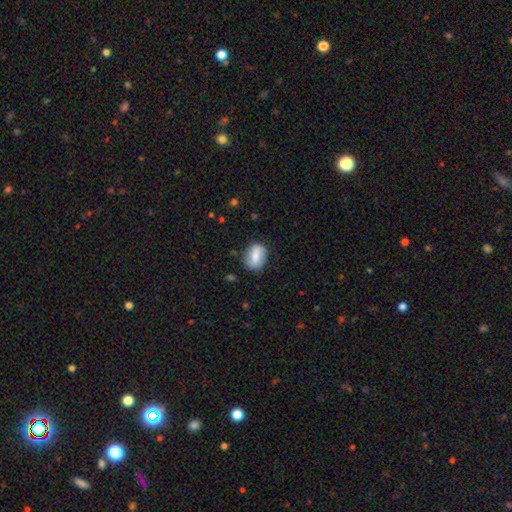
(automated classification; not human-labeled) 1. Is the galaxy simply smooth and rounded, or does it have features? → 63% smooth, 29% featured or disk, 7% star or artifact.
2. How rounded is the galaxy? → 57% in between, 41% round, 2% cigar-shaped.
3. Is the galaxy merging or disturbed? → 81% none, 14% minor disturbance, 3% major disturbance, 1% merger.